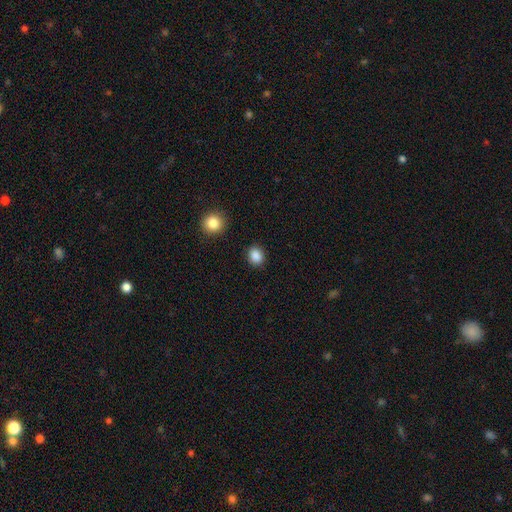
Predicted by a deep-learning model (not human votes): This is clearly a smooth galaxy (87%). How rounded: likely round (68%). Merging: clearly none (89%).